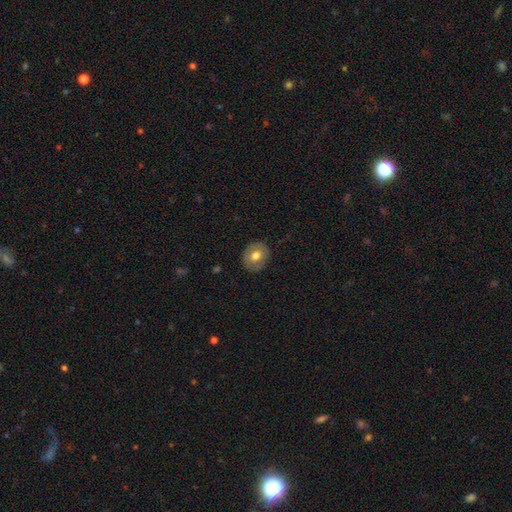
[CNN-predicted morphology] smooth_or_featured: smooth (p=0.65) [alt: featured or disk p=0.28]
how_rounded: round (p=0.68) [alt: in between p=0.31]
merging: none (p=0.87) [alt: minor disturbance p=0.10]